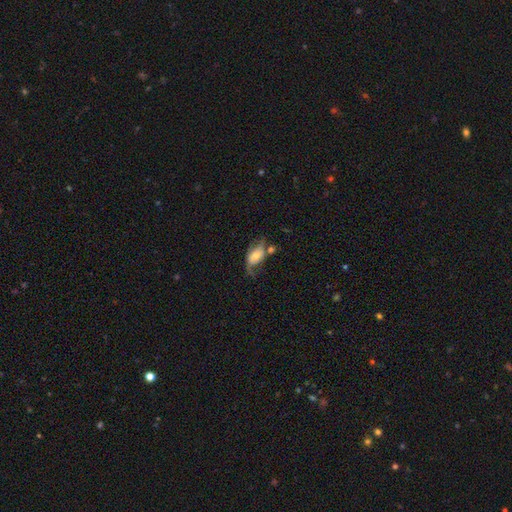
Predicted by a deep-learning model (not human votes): A featured or disk galaxy (51%).

Vote fractions:
- Smooth or featured? featured or disk: 51% / smooth: 41% / star or artifact: 8%
- Edge-on disk? no: 90% / yes: 10%
- Merging? none: 38% / minor disturbance: 24% / major disturbance: 24% / merger: 14%